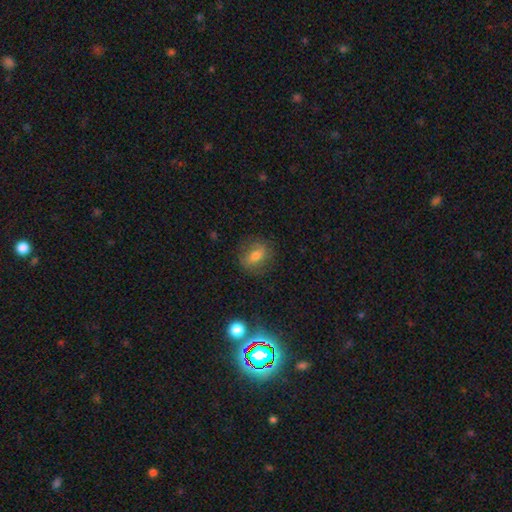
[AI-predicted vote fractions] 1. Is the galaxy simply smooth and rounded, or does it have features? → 63% smooth, 25% featured or disk, 12% star or artifact.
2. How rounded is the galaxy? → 57% in between, 40% round, 3% cigar-shaped.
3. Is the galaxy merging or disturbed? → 77% none, 15% minor disturbance, 6% major disturbance, 2% merger.